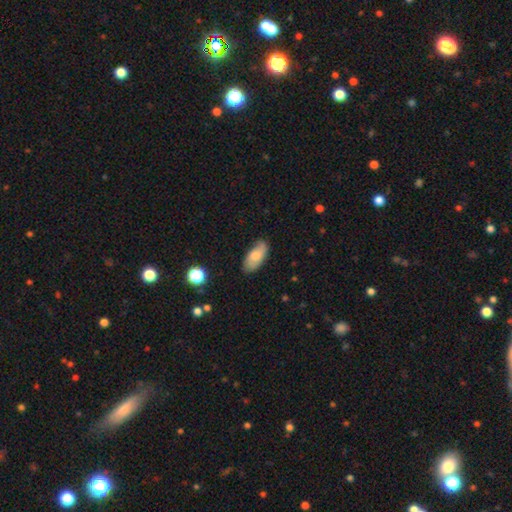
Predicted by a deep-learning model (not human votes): Smooth or featured: smooth — 69% (featured or disk — 24%)
How rounded: in between — 90% (cigar-shaped — 7%)
Merging: none — 76% (minor disturbance — 19%)